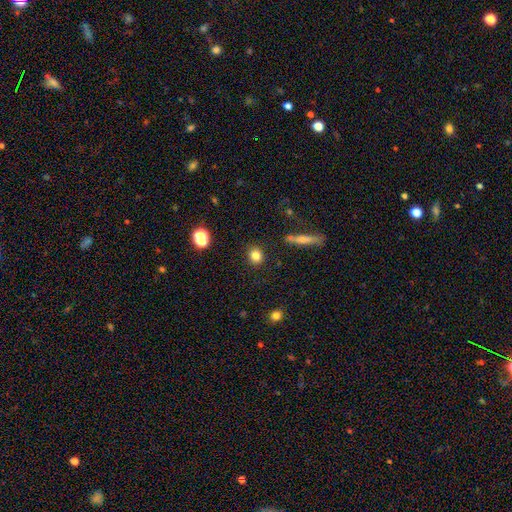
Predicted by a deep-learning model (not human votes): Smooth or featured?
  - smooth: 81% *
  - star or artifact: 12%
  - featured or disk: 7%
How rounded?
  - round: 76% *
  - in between: 23%
  - cigar-shaped: 2%
Merging?
  - none: 88% *
  - minor disturbance: 7%
  - major disturbance: 2%
  - merger: 2%